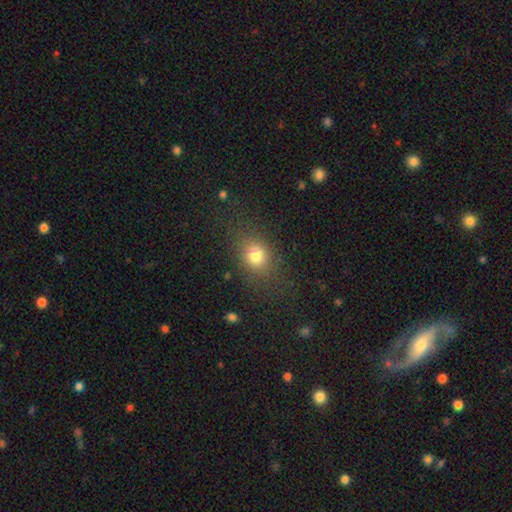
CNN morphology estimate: Smooth or featured?
  - smooth: 77% *
  - star or artifact: 14%
  - featured or disk: 9%
How rounded?
  - round: 52% *
  - in between: 46%
  - cigar-shaped: 2%
Merging?
  - none: 78% *
  - minor disturbance: 12%
  - major disturbance: 8%
  - merger: 2%